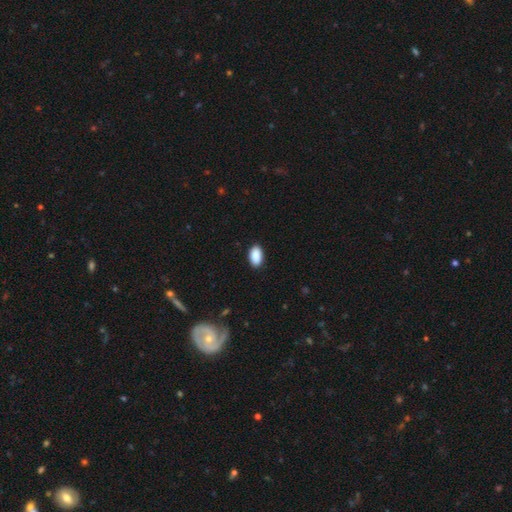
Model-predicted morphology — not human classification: Smooth or featured? smooth (91%)
How rounded? in between (94%)
Merging? none (88%)